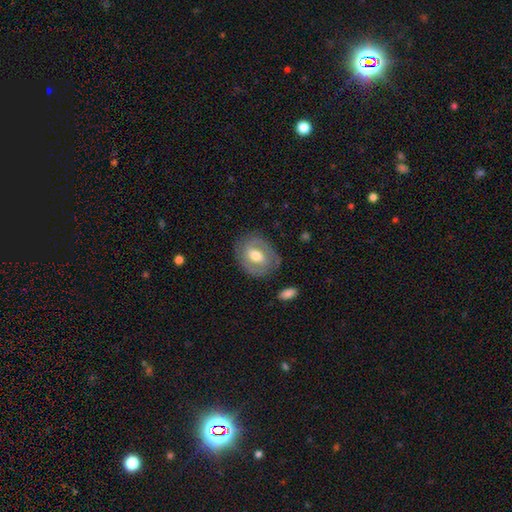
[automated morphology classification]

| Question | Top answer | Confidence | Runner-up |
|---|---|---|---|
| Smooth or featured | featured or disk | 53% | smooth (41%) |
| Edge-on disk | no | 94% | yes (6%) |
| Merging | none | 77% | minor disturbance (15%) |